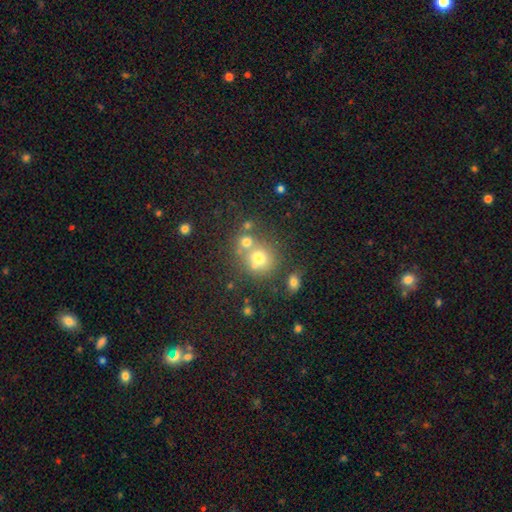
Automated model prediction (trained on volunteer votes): A smooth galaxy with no disk features (61%) that is round (84%).

Vote fractions:
- Smooth or featured? smooth: 61% / star or artifact: 24% / featured or disk: 15%
- How rounded? round: 84% / in between: 15% / cigar-shaped: 1%
- Merging? none: 54% / merger: 32% / minor disturbance: 9% / major disturbance: 4%